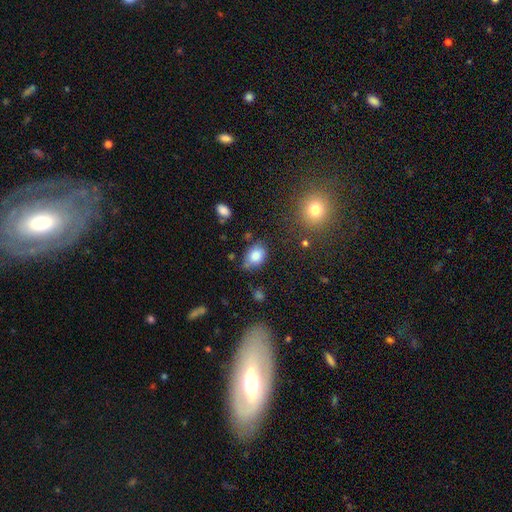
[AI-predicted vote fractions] A smooth galaxy with no disk features (83%) that is in between round and cigar-shaped (70%). Merging: none (66%).